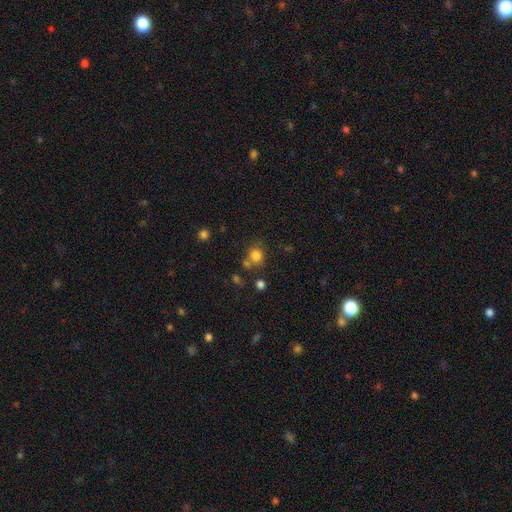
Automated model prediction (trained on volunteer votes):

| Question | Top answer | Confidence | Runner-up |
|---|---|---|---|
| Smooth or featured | smooth | 80% | star or artifact (13%) |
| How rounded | round | 78% | in between (21%) |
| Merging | none | 63% | merger (18%) |